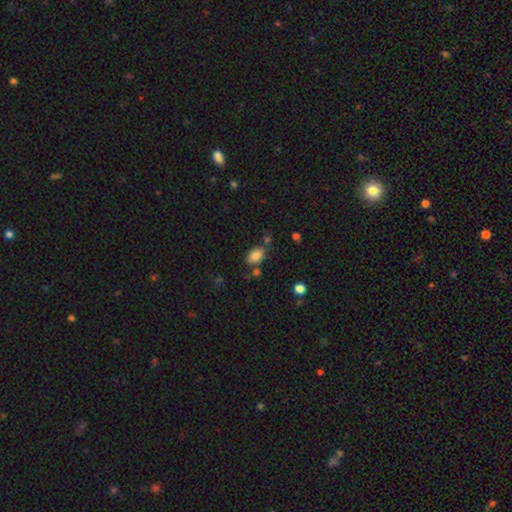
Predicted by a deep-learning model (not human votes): Q: Smooth or featured?
A: smooth (85%); runner-up: star or artifact (10%)
Q: How rounded?
A: in between (84%); runner-up: round (15%)
Q: Merging?
A: none (71%); runner-up: minor disturbance (15%)